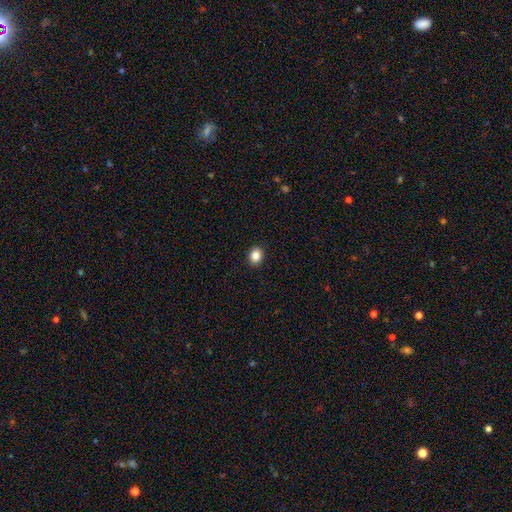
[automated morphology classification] Smooth or featured? smooth (85%)
How rounded? round (60%)
Merging? none (91%)